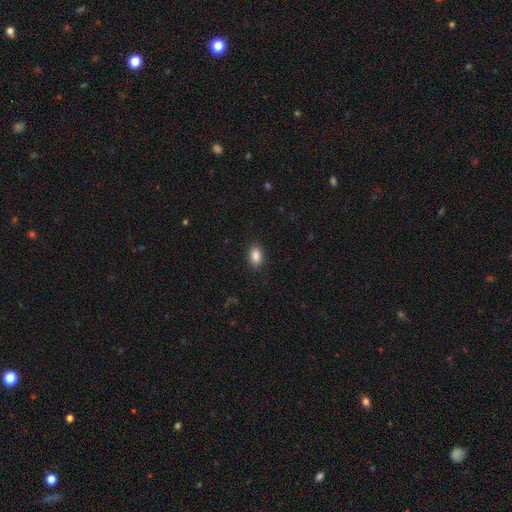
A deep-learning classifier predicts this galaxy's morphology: The model was most divided on "how rounded": in between: 88%, round: 11%, cigar-shaped: 2%. More confident: merging — none (89%); smooth or featured — smooth (88%).